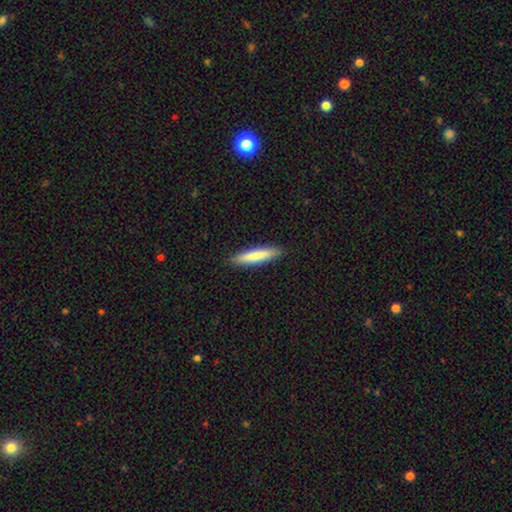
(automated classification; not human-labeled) smooth_or_featured: smooth (p=0.78) [alt: featured or disk p=0.17]
how_rounded: cigar-shaped (p=0.89) [alt: in between p=0.10]
merging: none (p=0.90) [alt: minor disturbance p=0.07]